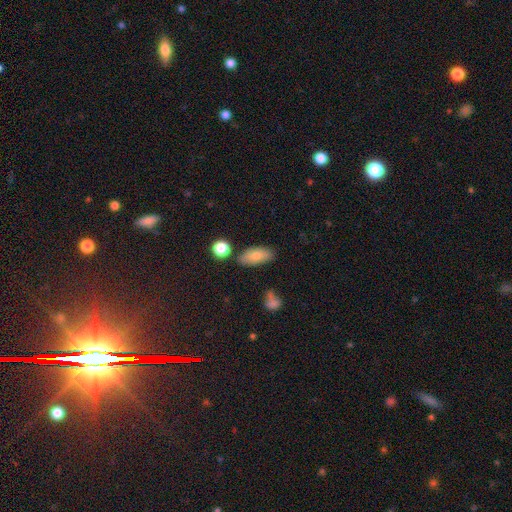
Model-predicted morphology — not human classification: smooth 80%, featured or disk 13%, star or artifact 8%. Down the decision tree: how rounded — in between (85%); merging — none (77%).